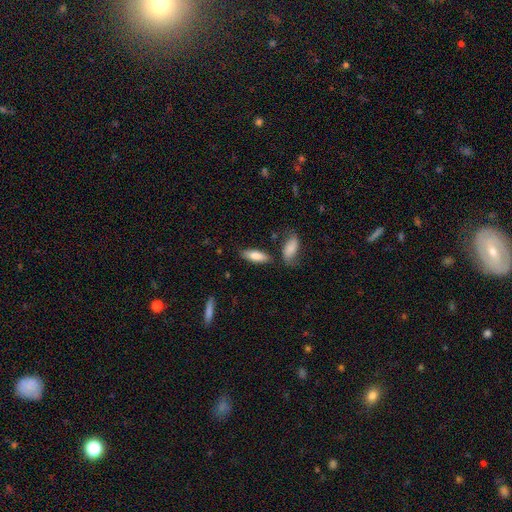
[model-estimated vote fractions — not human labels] smooth-or-featured: smooth: 82% | featured or disk: 12% | star or artifact: 6%
  how-rounded: in between: 65% | cigar-shaped: 33% | round: 2%
  merging: none: 72% | minor disturbance: 16% | merger: 8% | major disturbance: 4%